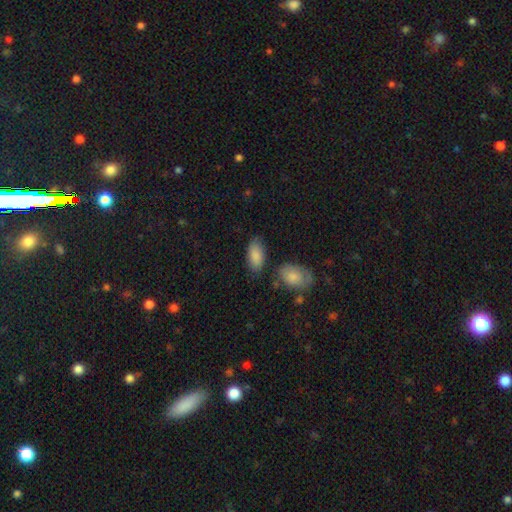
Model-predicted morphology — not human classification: This is clearly a smooth galaxy (86%). How rounded: clearly in between (93%). Merging: likely none (72%).